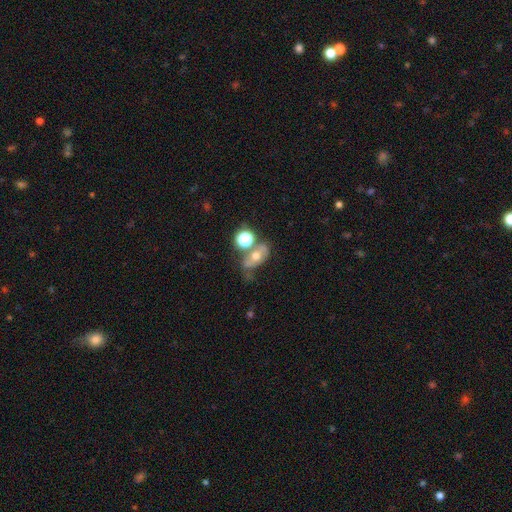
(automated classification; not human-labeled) The model was most divided on "smooth or featured": smooth: 48%, featured or disk: 37%, star or artifact: 15%. Remaining: merging — none (41%).